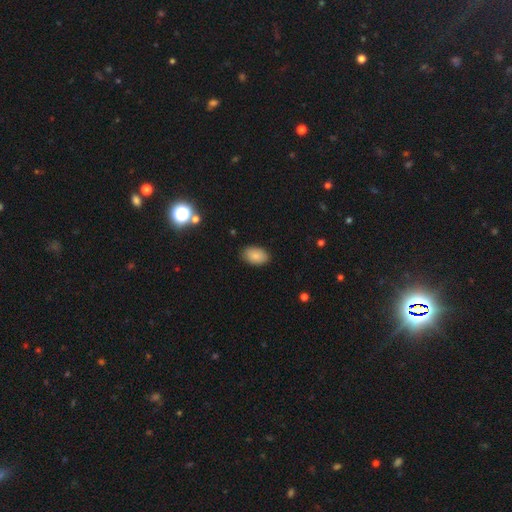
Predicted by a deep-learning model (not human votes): Morphology: type=smooth (85%); roundness=in between (90%); merging=none (87%).